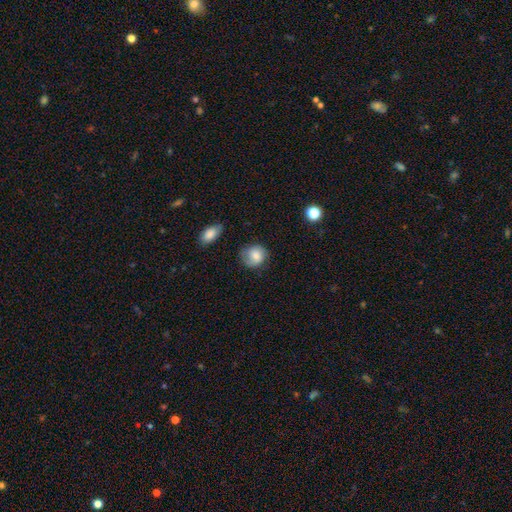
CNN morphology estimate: A smooth galaxy with no disk features (74%) that is round (74%).

Vote fractions:
- Smooth or featured? smooth: 74% / featured or disk: 18% / star or artifact: 8%
- How rounded? round: 74% / in between: 25% / cigar-shaped: 1%
- Merging? none: 62% / minor disturbance: 26% / major disturbance: 9% / merger: 2%